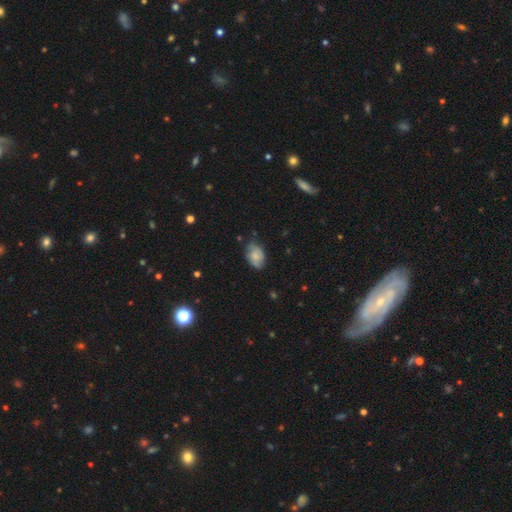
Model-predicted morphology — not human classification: Smooth or featured? smooth (68%)
How rounded? in between (85%)
Merging? none (67%)